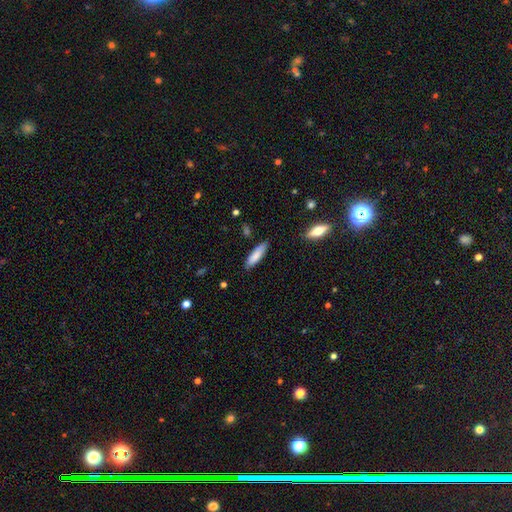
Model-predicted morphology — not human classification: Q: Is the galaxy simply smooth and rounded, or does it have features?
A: smooth — 84%.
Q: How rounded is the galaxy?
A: cigar-shaped — 62%.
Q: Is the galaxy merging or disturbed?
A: none — 82%.